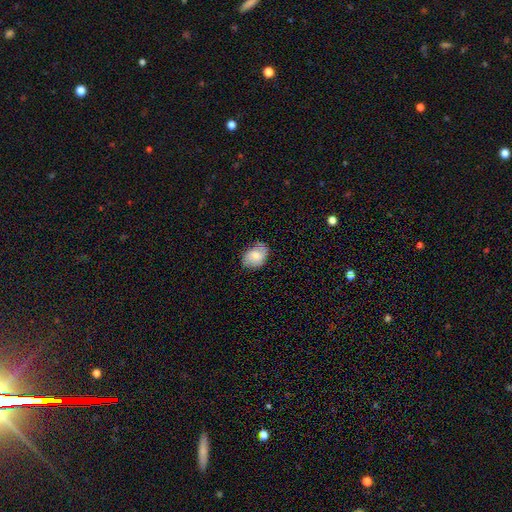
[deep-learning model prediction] The model was most divided on "how rounded": in between: 68%, round: 31%, cigar-shaped: 1%. More confident: merging — none (69%); smooth or featured — smooth (68%).